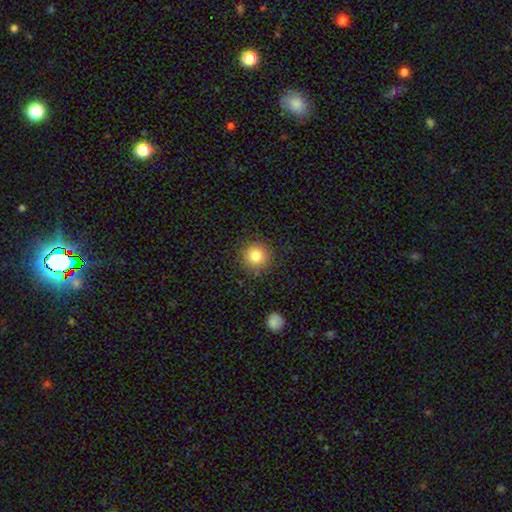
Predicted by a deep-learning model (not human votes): Smooth or featured? smooth (83%)
How rounded? round (94%)
Merging? none (88%)